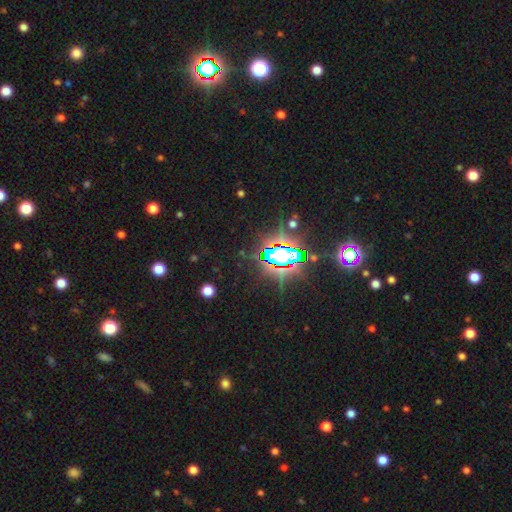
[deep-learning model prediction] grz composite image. It shows a star or artifact, not a galaxy (82%).